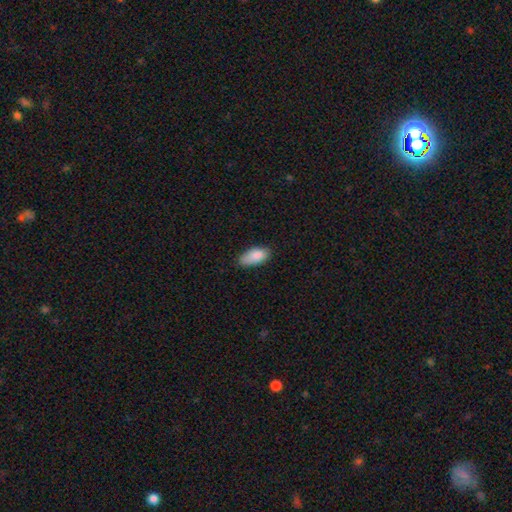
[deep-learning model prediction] The model was most divided on "merging": none: 70%, minor disturbance: 25%, major disturbance: 4%, merger: 1%. More confident: how rounded — in between (90%); smooth or featured — smooth (87%).